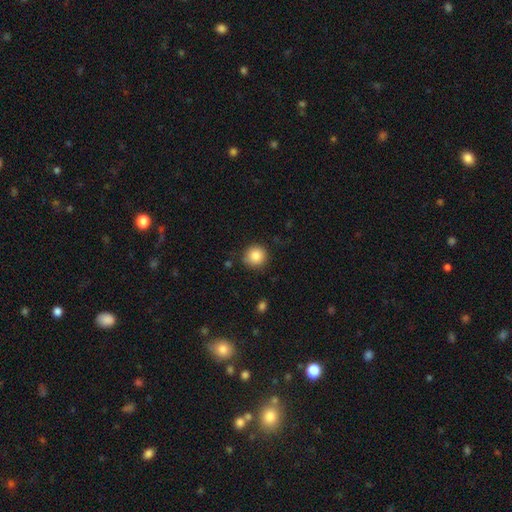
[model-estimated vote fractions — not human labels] Smooth or featured? Predicted: smooth (p=0.86). How rounded? Predicted: round (p=0.93). Merging? Predicted: none (p=0.86).